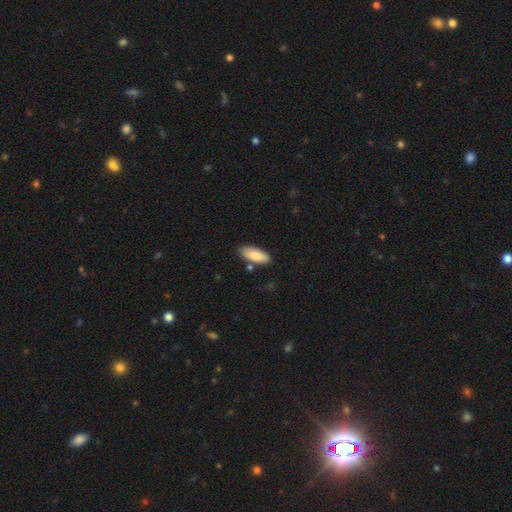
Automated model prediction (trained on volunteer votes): A smooth galaxy with no disk features (86%) that is in between round and cigar-shaped (82%).

Vote fractions:
- Smooth or featured? smooth: 86% / featured or disk: 8% / star or artifact: 6%
- How rounded? in between: 82% / cigar-shaped: 16% / round: 2%
- Merging? none: 80% / minor disturbance: 12% / merger: 5% / major disturbance: 2%